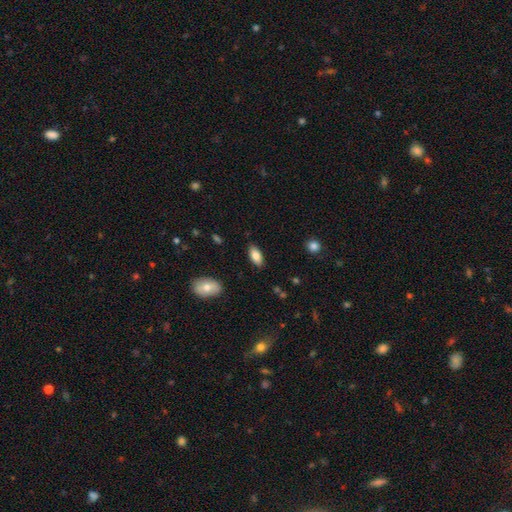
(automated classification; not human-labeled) A smooth galaxy with no disk features (81%) that is in between round and cigar-shaped (90%). Merging: none (86%).